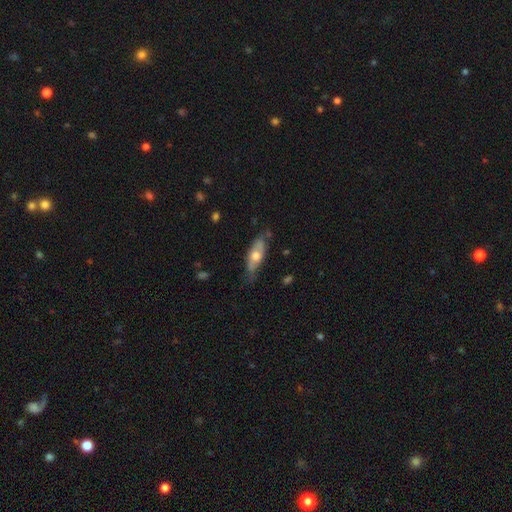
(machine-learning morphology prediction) Q: Smooth or featured?
A: smooth (51%); runner-up: featured or disk (44%)
Q: How rounded?
A: in between (67%); runner-up: cigar-shaped (31%)
Q: Merging?
A: none (59%); runner-up: minor disturbance (31%)